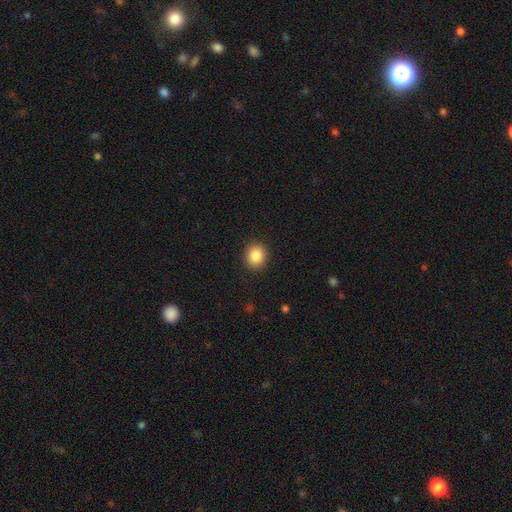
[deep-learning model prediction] Smooth or featured? smooth (86%)
How rounded? round (79%)
Merging? none (91%)